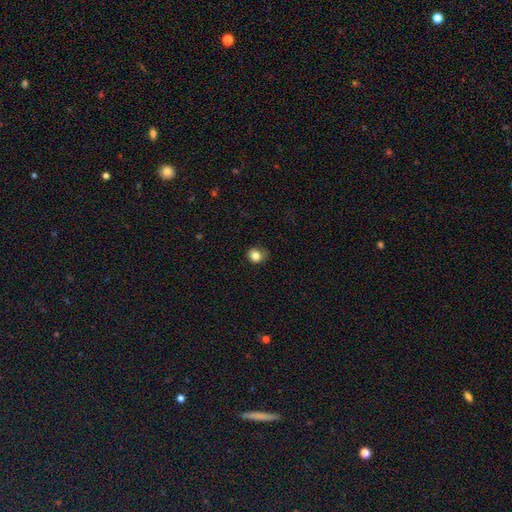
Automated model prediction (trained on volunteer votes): Smooth or featured: smooth — 82% (star or artifact — 11%)
How rounded: round — 72% (in between — 27%)
Merging: none — 71% (minor disturbance — 22%)